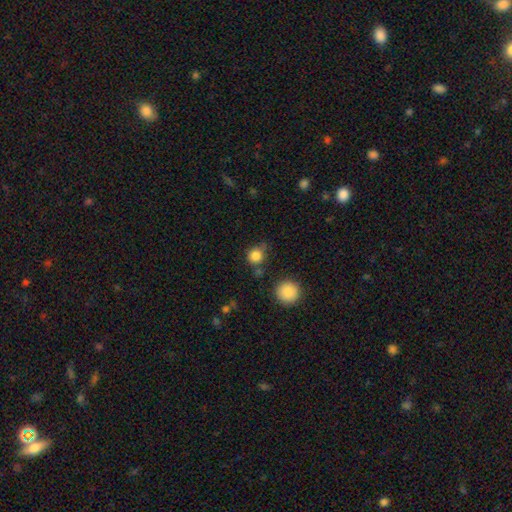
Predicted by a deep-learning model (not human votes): smooth_or_featured: smooth (p=0.83) [alt: star or artifact p=0.12]
how_rounded: round (p=0.85) [alt: in between p=0.14]
merging: none (p=0.69) [alt: minor disturbance p=0.18]